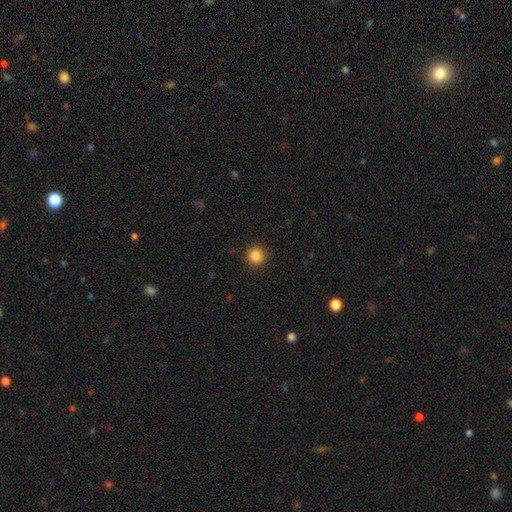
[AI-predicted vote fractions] Morphology: type=smooth (87%); roundness=round (95%); merging=none (92%).